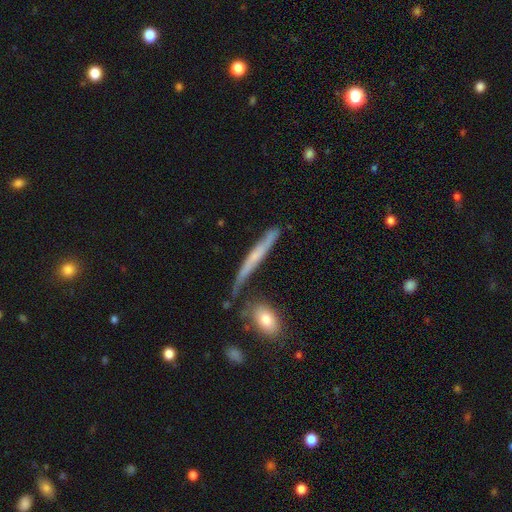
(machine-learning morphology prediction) Smooth or featured? featured or disk (52%)
Edge-on disk? yes (87%)
Merging? none (65%)